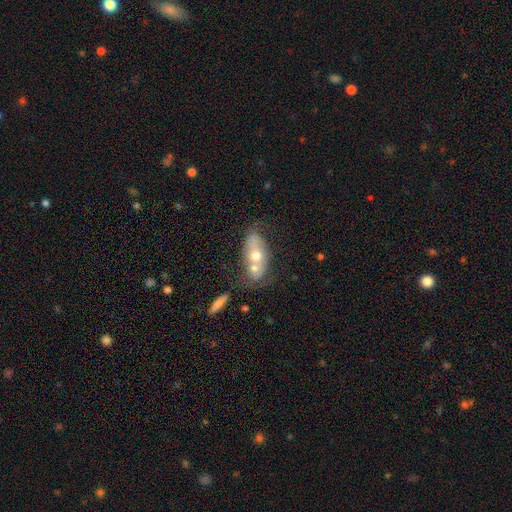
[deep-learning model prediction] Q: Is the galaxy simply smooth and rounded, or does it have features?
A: smooth — 49%.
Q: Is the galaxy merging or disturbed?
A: merger — 43%.